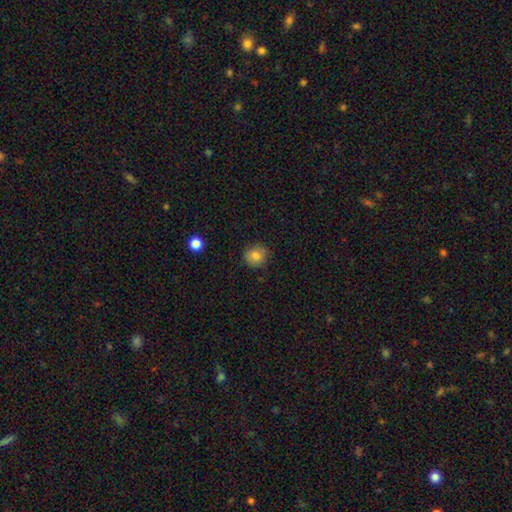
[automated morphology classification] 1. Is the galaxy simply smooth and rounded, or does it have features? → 81% smooth, 10% star or artifact, 9% featured or disk.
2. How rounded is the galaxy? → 87% round, 12% in between, 1% cigar-shaped.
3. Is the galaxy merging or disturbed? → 83% none, 13% minor disturbance, 3% major disturbance, 1% merger.